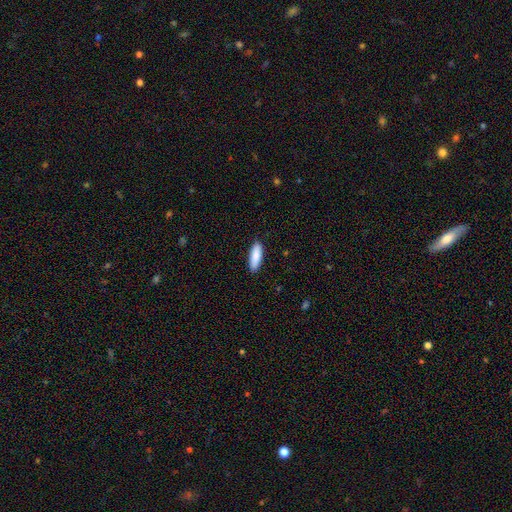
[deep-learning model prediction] A smooth galaxy with no disk features (87%) that is in between round and cigar-shaped (54%).

Vote fractions:
- Smooth or featured? smooth: 87% / featured or disk: 7% / star or artifact: 5%
- How rounded? in between: 54% / cigar-shaped: 45% / round: 2%
- Merging? none: 88% / minor disturbance: 9% / major disturbance: 2% / merger: 1%